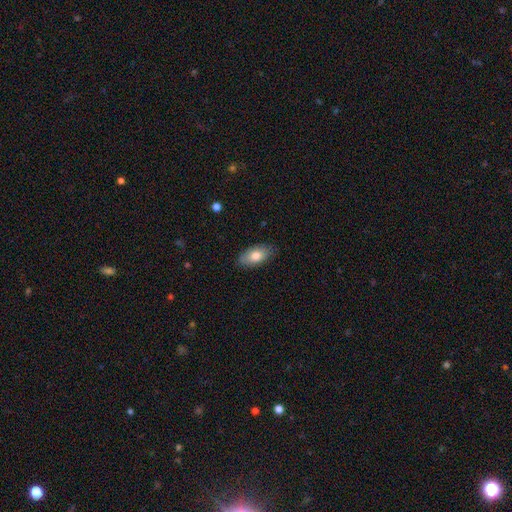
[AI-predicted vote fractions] The model was most divided on "smooth or featured": smooth: 78%, featured or disk: 16%, star or artifact: 6%. More confident: how rounded — in between (92%); merging — none (82%).